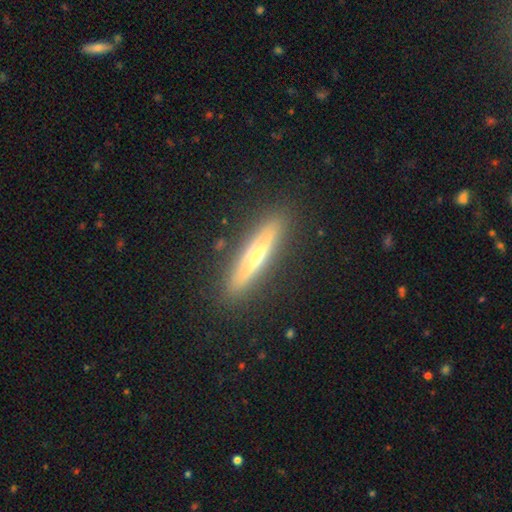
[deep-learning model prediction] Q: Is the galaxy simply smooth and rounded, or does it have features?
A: featured or disk — 60%.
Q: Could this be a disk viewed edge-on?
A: yes — 91%.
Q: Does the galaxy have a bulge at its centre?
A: rounded — 84%.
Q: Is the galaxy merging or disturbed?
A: none — 89%.